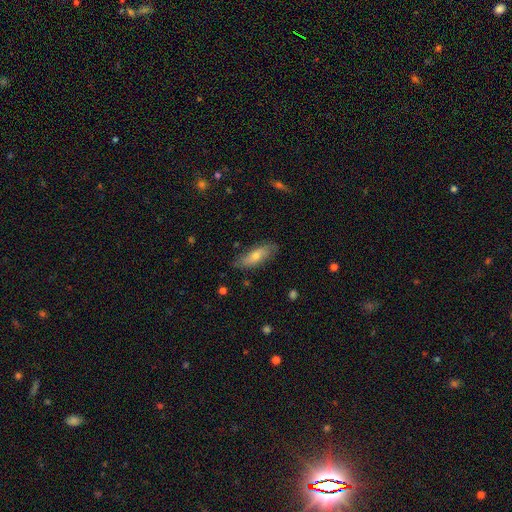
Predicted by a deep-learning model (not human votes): Morphology: type=smooth (59%); roundness=in between (59%); merging=none (81%).